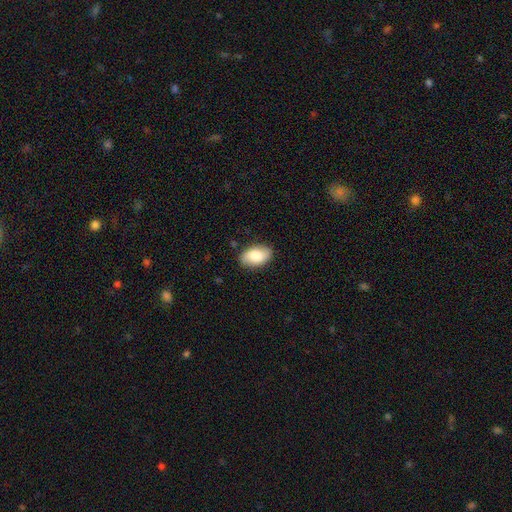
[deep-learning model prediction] Smooth or featured?
  - smooth: 80% *
  - featured or disk: 13%
  - star or artifact: 6%
How rounded?
  - in between: 93% *
  - round: 5%
  - cigar-shaped: 1%
Merging?
  - none: 85% *
  - minor disturbance: 12%
  - major disturbance: 2%
  - merger: 1%